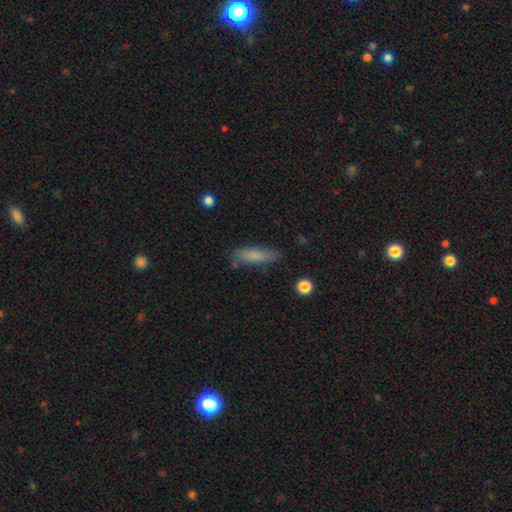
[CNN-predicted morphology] smooth_or_featured: smooth (p=0.82) [alt: featured or disk p=0.11]
how_rounded: cigar-shaped (p=0.59) [alt: in between p=0.39]
merging: none (p=0.77) [alt: minor disturbance p=0.17]